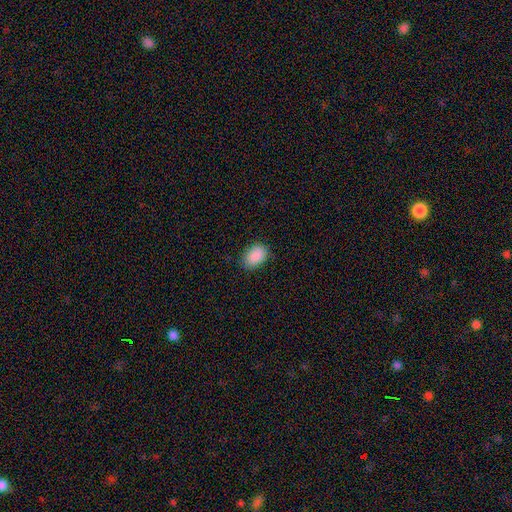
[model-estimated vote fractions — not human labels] Smooth or featured? Predicted: smooth (p=0.90). How rounded? Predicted: in between (p=0.84). Merging? Predicted: none (p=0.81).